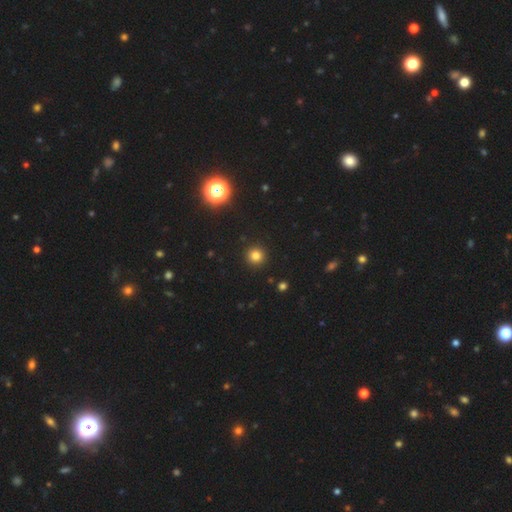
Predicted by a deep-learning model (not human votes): This appears to be a smooth galaxy with no disk features (80%) that is round (95%). Merging: none (93%).